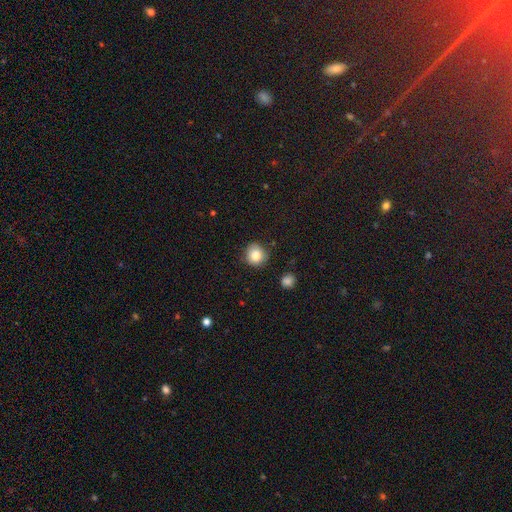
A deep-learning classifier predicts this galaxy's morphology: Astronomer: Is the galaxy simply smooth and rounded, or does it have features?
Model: smooth — 82%.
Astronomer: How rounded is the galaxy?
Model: round — 89%.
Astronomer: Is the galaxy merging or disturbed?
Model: none — 81%.